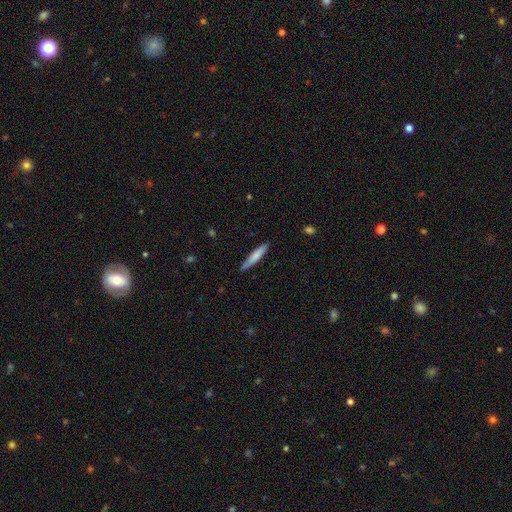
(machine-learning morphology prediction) A smooth galaxy with no disk features (74%) that is cigar-shaped (91%). Merging: none (85%).